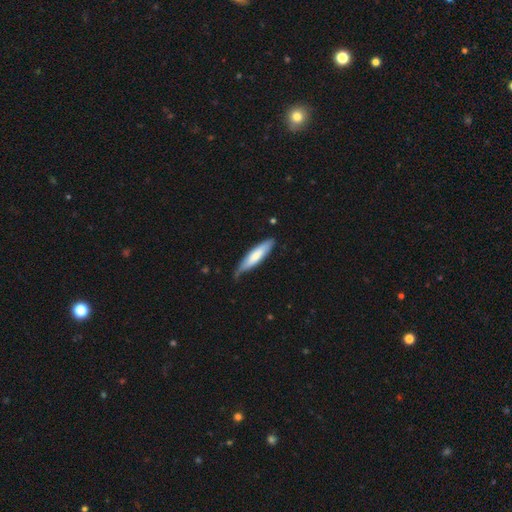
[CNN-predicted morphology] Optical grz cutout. It shows a smooth galaxy with no disk features (72%) that is cigar-shaped (76%). Merging: none (64%).